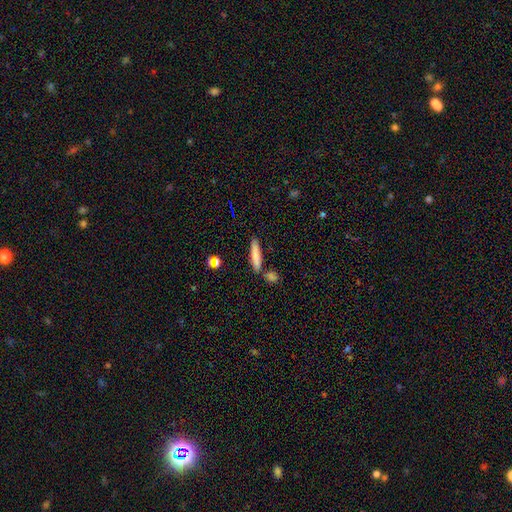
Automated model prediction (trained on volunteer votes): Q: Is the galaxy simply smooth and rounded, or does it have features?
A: smooth — 79%.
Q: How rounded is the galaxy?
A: cigar-shaped — 86%.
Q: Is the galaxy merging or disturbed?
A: none — 79%.